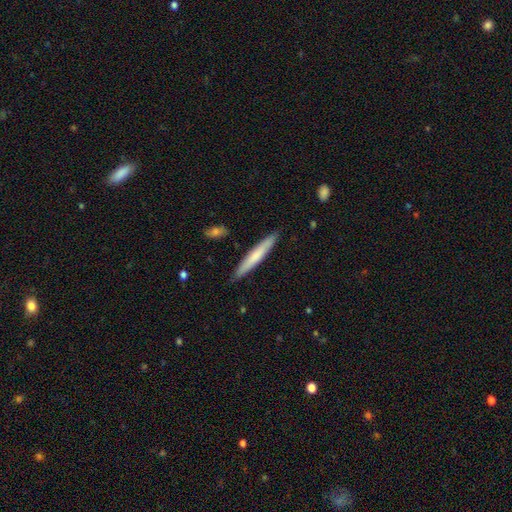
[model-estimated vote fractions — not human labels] This is likely a smooth galaxy (65%). How rounded: clearly cigar-shaped (95%). Merging: clearly none (89%).